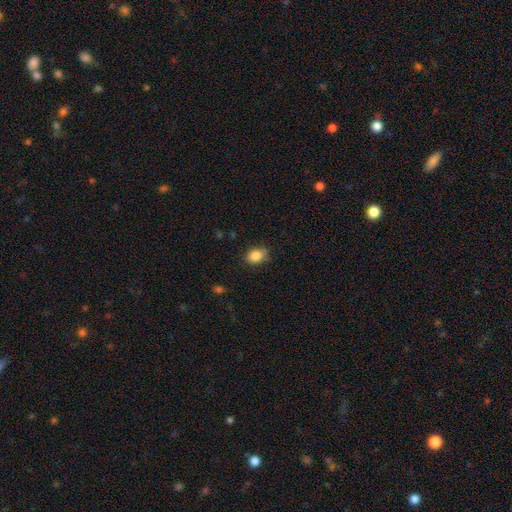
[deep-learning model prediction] smooth_or_featured: smooth (p=0.86) [alt: star or artifact p=0.09]
how_rounded: in between (p=0.69) [alt: round p=0.29]
merging: none (p=0.79) [alt: minor disturbance p=0.16]